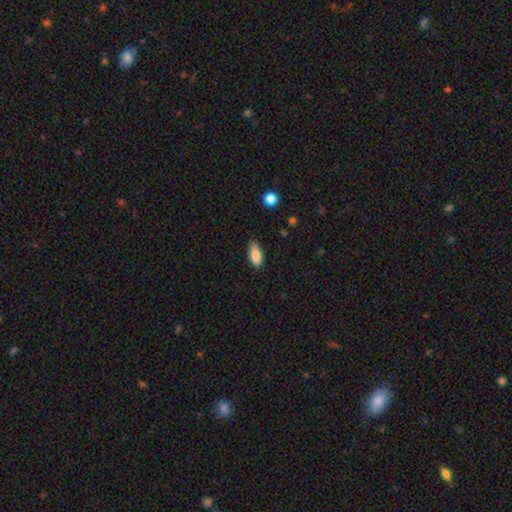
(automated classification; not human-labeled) This is clearly a smooth galaxy (87%). How rounded: clearly in between (86%). Merging: likely none (70%).